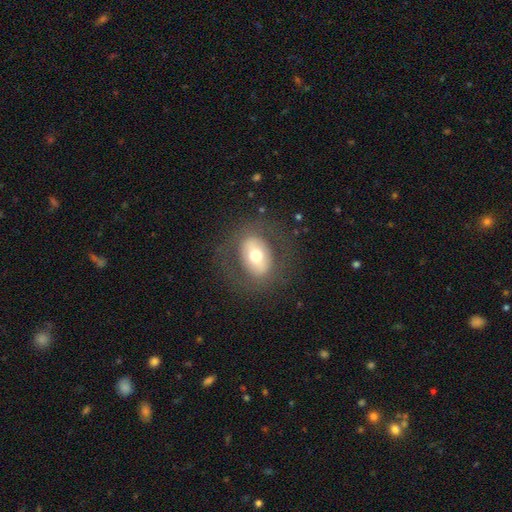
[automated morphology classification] Smooth or featured? Predicted: smooth (p=0.53). How rounded? Predicted: in between (p=0.66). Merging? Predicted: none (p=0.77).